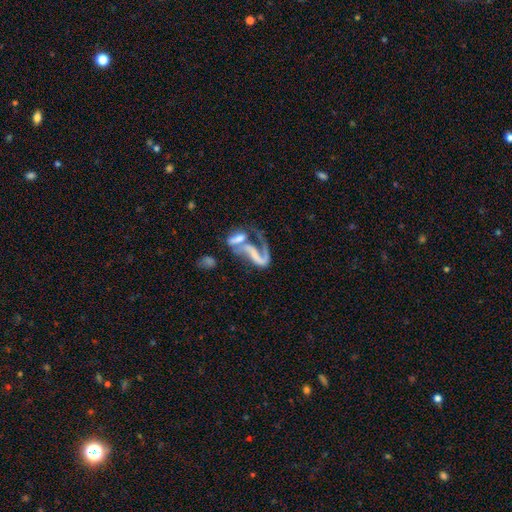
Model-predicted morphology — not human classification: This appears to be a featured or disk galaxy (73%) with no bar (40%), 1 (52%) loose (68%) spiral arms (76%) and no central bulge (53%). Merging: merger (55%).